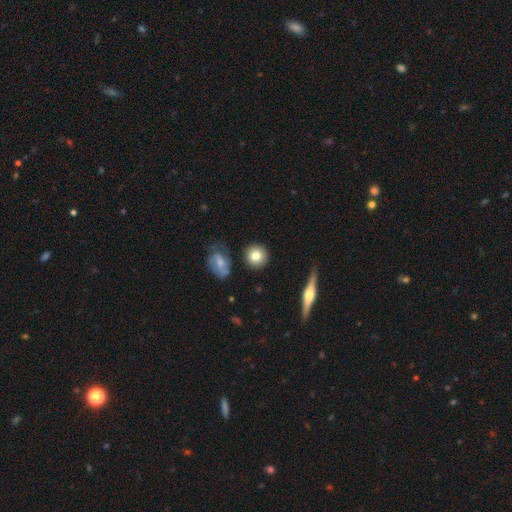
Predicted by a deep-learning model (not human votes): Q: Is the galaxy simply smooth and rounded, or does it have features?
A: smooth — 79%.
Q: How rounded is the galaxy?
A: round — 90%.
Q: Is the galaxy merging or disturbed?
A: none — 86%.